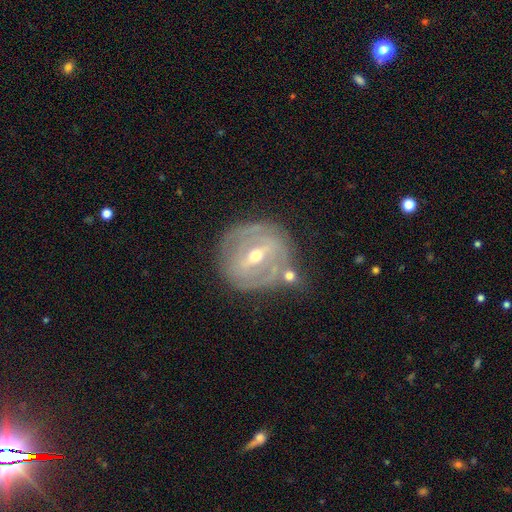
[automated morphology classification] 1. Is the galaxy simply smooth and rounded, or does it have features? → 82% featured or disk, 12% smooth, 6% star or artifact.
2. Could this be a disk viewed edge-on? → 94% no, 6% yes.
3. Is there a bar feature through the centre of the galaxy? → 50% strong, 38% weak, 12% no.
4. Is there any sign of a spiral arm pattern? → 78% yes, 22% no.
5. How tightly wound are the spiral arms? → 67% tight, 25% medium, 8% loose.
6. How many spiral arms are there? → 41% 2, 36% can't tell, 11% 3, 5% 4, 4% 1, 3% more than 4.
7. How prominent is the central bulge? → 51% moderate, 47% small, 1% large, 1% none, 1% dominant.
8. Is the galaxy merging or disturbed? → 70% none, 17% minor disturbance, 7% merger, 7% major disturbance.